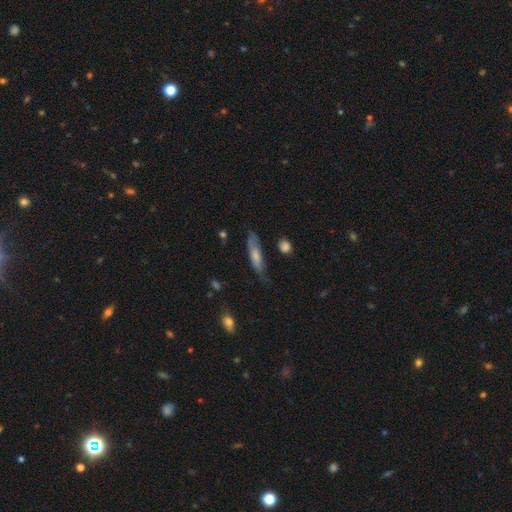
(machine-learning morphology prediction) Smooth or featured? smooth (61%)
How rounded? cigar-shaped (68%)
Merging? none (58%)